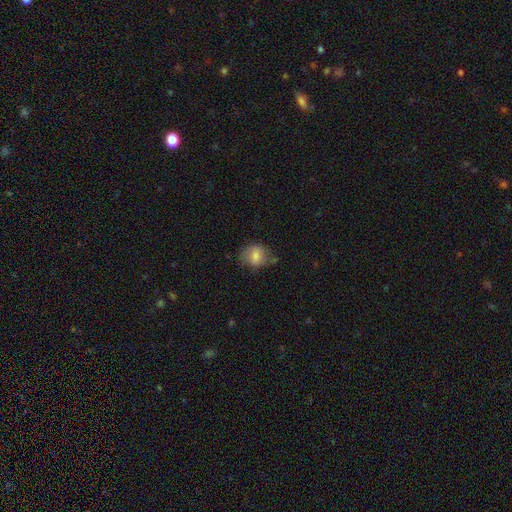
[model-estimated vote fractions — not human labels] Overall: smooth (74%). How rounded: in between (50%; round 48%). Merging: none (59%; minor disturbance 28%).